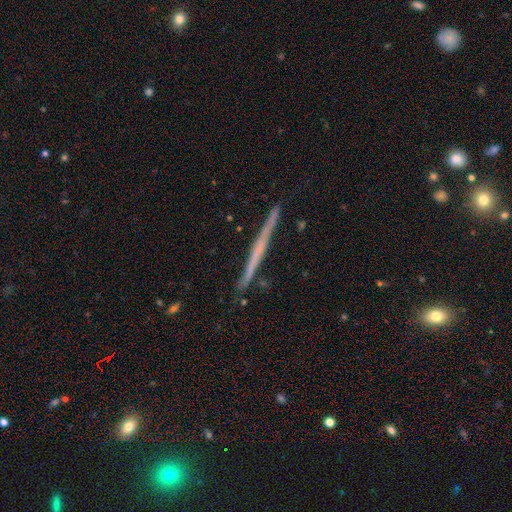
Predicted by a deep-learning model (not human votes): smooth-or-featured: featured or disk: 63% | smooth: 32% | star or artifact: 6%
  disk-edge-on: yes: 98% | no: 2%
    edge-on-bulge: none: 82% | rounded: 11% | boxy: 7%
  merging: none: 89% | minor disturbance: 8% | merger: 2% | major disturbance: 1%